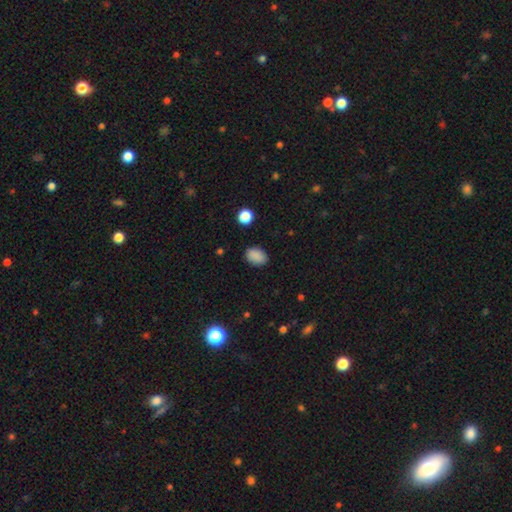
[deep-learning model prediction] This appears to be a smooth galaxy with no disk features (88%) that is in between round and cigar-shaped (76%). Merging: none (86%).